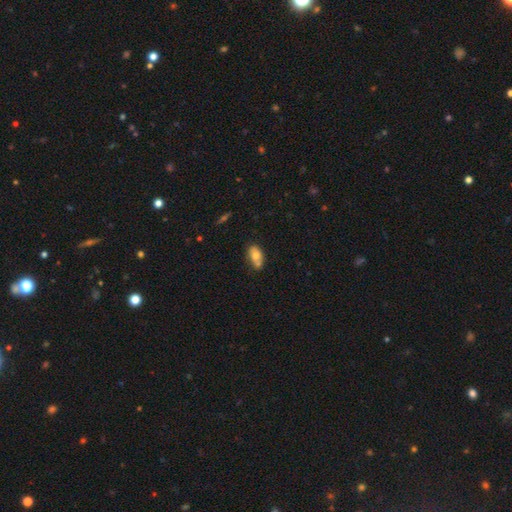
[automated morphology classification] smooth 71%, featured or disk 21%, star or artifact 8%. Down the decision tree: how rounded — in between (89%); merging — none (54%).